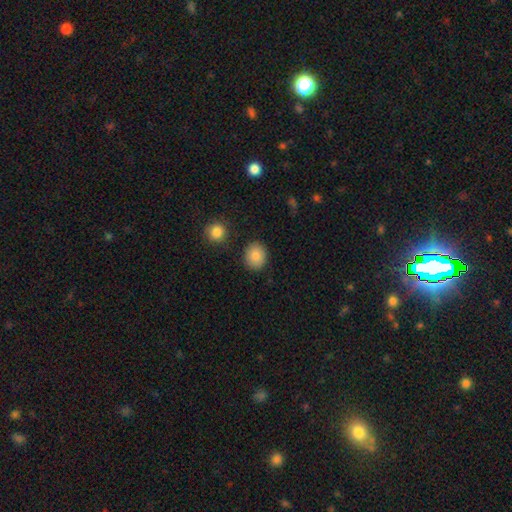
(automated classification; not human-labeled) The model was most divided on "how rounded": round: 72%, in between: 27%, cigar-shaped: 1%. More confident: merging — none (87%); smooth or featured — smooth (86%).